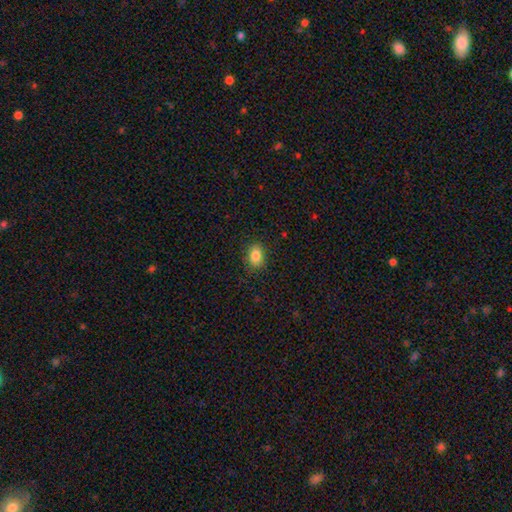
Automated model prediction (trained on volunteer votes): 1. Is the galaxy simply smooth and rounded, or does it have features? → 85% smooth, 9% star or artifact, 6% featured or disk.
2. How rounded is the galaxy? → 74% in between, 24% round, 1% cigar-shaped.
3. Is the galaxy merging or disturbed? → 87% none, 10% minor disturbance, 3% major disturbance, 1% merger.